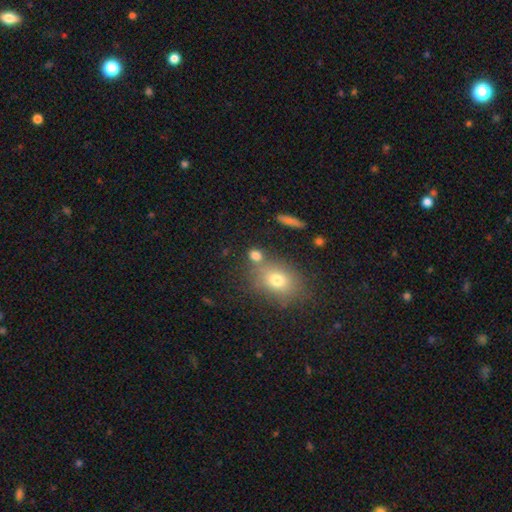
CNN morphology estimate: Smooth or featured? Predicted: smooth (p=0.75). How rounded? Predicted: round (p=0.61). Merging? Predicted: none (p=0.61).